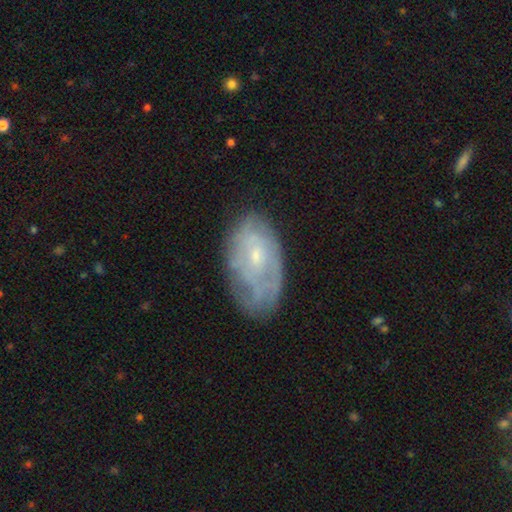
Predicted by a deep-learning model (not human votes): This appears to be a featured or disk galaxy (60%) with no bar (69%), spiral arms (59%) and a small central bulge (64%). Merging: none (57%).